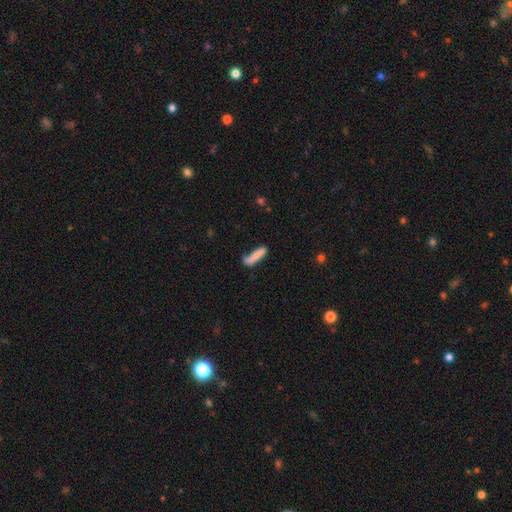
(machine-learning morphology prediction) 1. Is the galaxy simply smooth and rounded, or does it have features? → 76% smooth, 16% featured or disk, 7% star or artifact.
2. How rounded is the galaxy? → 83% cigar-shaped, 15% in between, 2% round.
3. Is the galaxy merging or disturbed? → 55% none, 25% minor disturbance, 11% major disturbance, 9% merger.